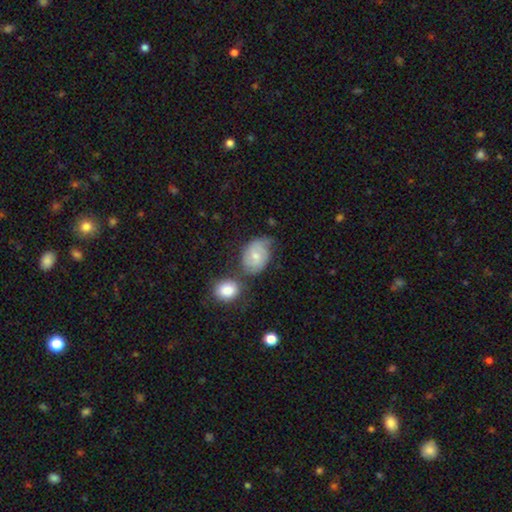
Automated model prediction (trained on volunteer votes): Smooth or featured?
  - featured or disk: 51% *
  - smooth: 41%
  - star or artifact: 8%
Edge-on disk?
  - no: 97% *
  - yes: 3%
Merging?
  - none: 50% *
  - minor disturbance: 24%
  - merger: 17%
  - major disturbance: 10%